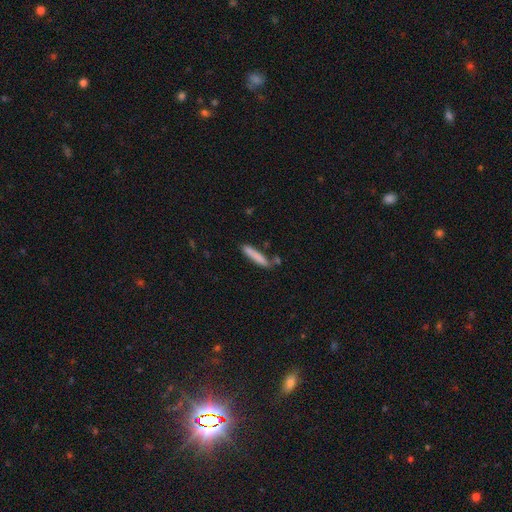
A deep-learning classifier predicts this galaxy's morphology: smooth_or_featured: smooth (p=0.81) [alt: featured or disk p=0.13]
how_rounded: cigar-shaped (p=0.90) [alt: in between p=0.08]
merging: none (p=0.72) [alt: minor disturbance p=0.16]